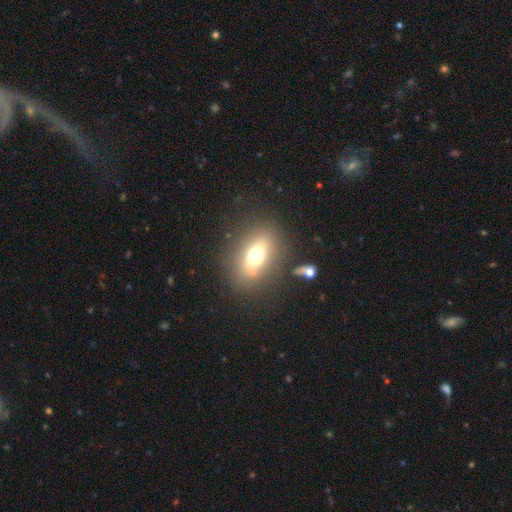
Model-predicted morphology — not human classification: smooth 63%, featured or disk 24%, star or artifact 13%. Down the decision tree: how rounded — in between (73%); merging — none (70%).